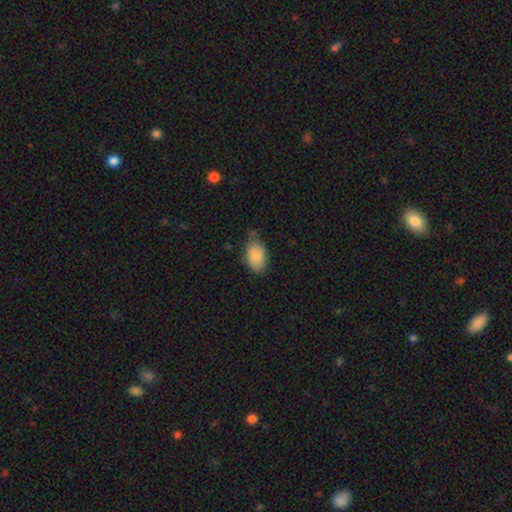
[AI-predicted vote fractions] Q: Smooth or featured?
A: smooth (84%); runner-up: featured or disk (9%)
Q: How rounded?
A: in between (91%); runner-up: round (7%)
Q: Merging?
A: none (54%); runner-up: minor disturbance (36%)